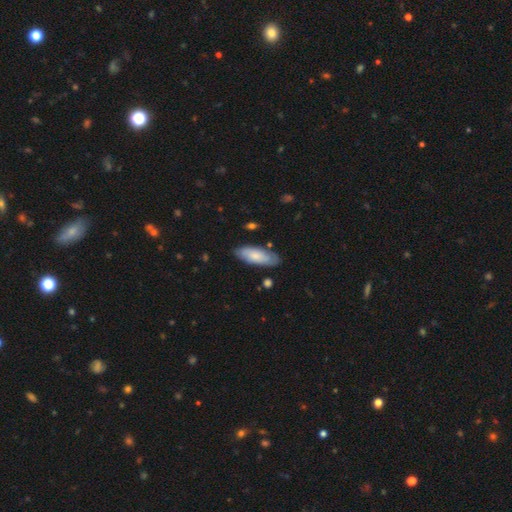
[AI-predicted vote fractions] A smooth galaxy with no disk features (74%) that is in between round and cigar-shaped (70%). Merging: none (79%).